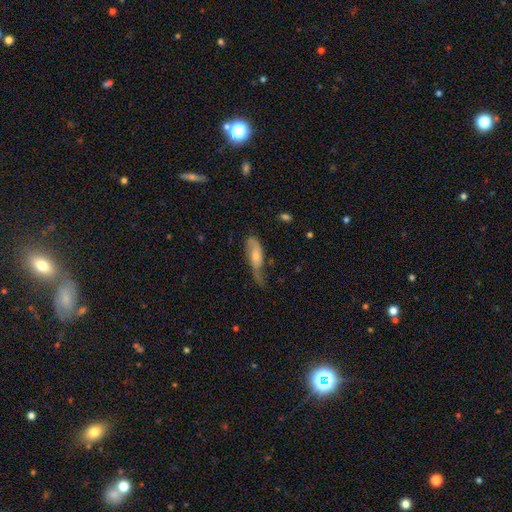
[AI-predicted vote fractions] This is likely a featured or disk galaxy (63%). It is likely not viewed edge-on (78%). Merging: marginally none (40%).